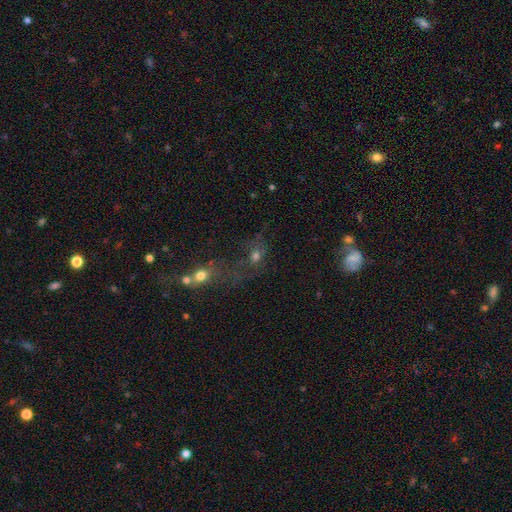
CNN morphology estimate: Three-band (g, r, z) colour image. It shows a smooth galaxy with no disk features (50%). Merging: merger (40%).